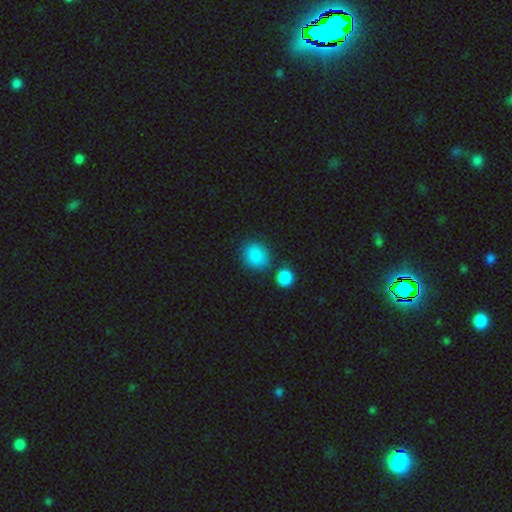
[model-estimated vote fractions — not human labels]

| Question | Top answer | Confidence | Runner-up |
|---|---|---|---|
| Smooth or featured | smooth | 87% | star or artifact (9%) |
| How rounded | round | 72% | in between (27%) |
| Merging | none | 76% | minor disturbance (11%) |